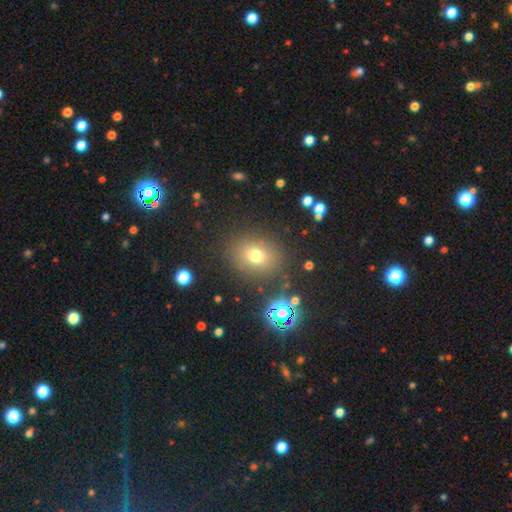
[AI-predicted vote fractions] The model was most divided on "how rounded": round: 59%, in between: 40%, cigar-shaped: 1%. More confident: merging — none (83%); smooth or featured — smooth (71%).